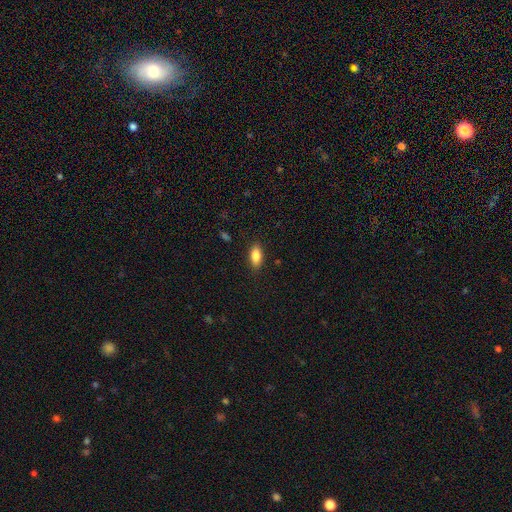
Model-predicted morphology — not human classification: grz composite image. It shows a smooth galaxy with no disk features (85%) that is in between round and cigar-shaped (89%). Merging: none (87%).